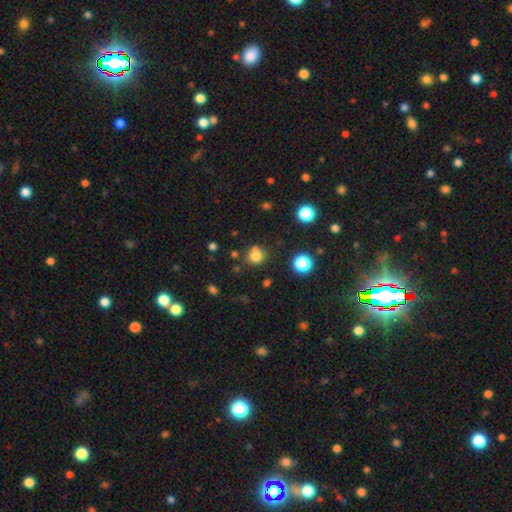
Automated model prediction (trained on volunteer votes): A smooth galaxy with no disk features (77%) that is round (85%). Merging: none (65%).